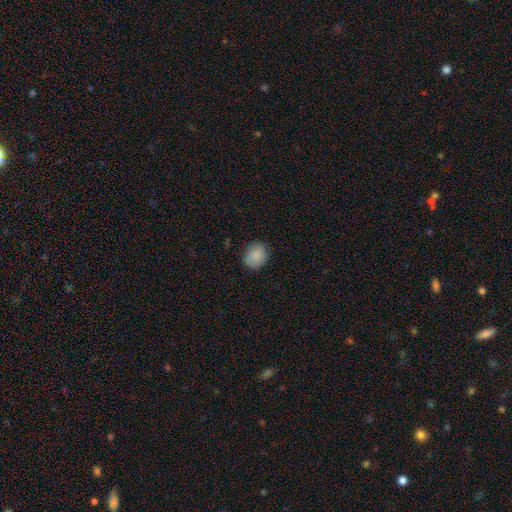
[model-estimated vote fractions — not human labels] Smooth or featured?
  - smooth: 86% *
  - star or artifact: 8%
  - featured or disk: 6%
How rounded?
  - round: 63% *
  - in between: 36%
  - cigar-shaped: 1%
Merging?
  - none: 83% *
  - minor disturbance: 13%
  - major disturbance: 3%
  - merger: 1%